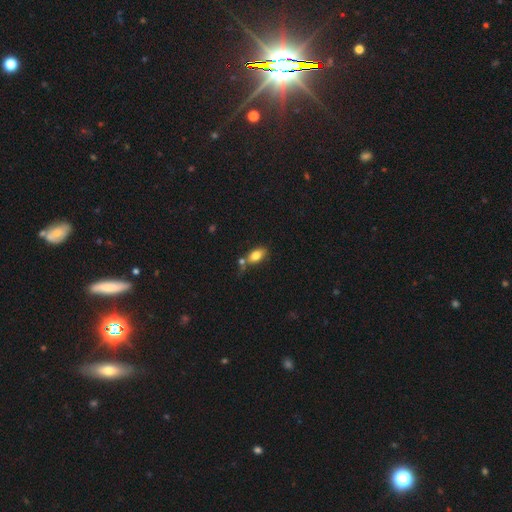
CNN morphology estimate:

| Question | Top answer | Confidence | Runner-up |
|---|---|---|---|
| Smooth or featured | smooth | 80% | featured or disk (12%) |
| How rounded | in between | 87% | round (9%) |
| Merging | none | 50% | merger (25%) |